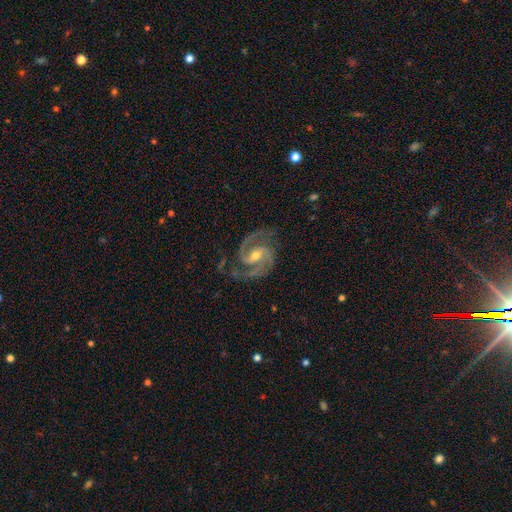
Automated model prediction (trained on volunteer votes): This is clearly a featured or disk galaxy (93%). It is clearly not viewed edge-on (98%). Bar: possibly weak (46%). Spiral arm pattern: clearly yes (99%). Spiral arm count: clearly 2 (82%). Spiral winding: likely medium (62%). Central bulge: possibly moderate (58%). Merging: likely none (77%).